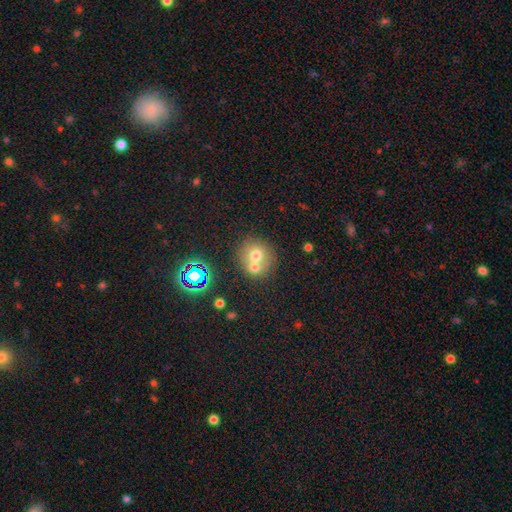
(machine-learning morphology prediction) A smooth galaxy with no disk features (64%) that is round (83%).

Vote fractions:
- Smooth or featured? smooth: 64% / featured or disk: 22% / star or artifact: 15%
- How rounded? round: 83% / in between: 16% / cigar-shaped: 1%
- Merging? merger: 52% / none: 38% / minor disturbance: 7% / major disturbance: 3%